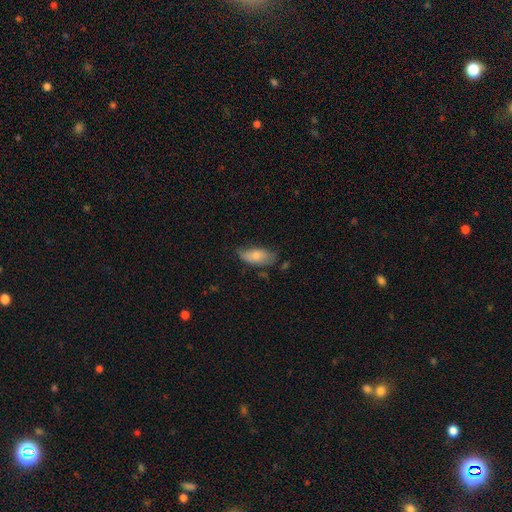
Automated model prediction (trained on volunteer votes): Q: Smooth or featured?
A: smooth (74%); runner-up: featured or disk (19%)
Q: How rounded?
A: in between (88%); runner-up: cigar-shaped (9%)
Q: Merging?
A: none (58%); runner-up: minor disturbance (32%)